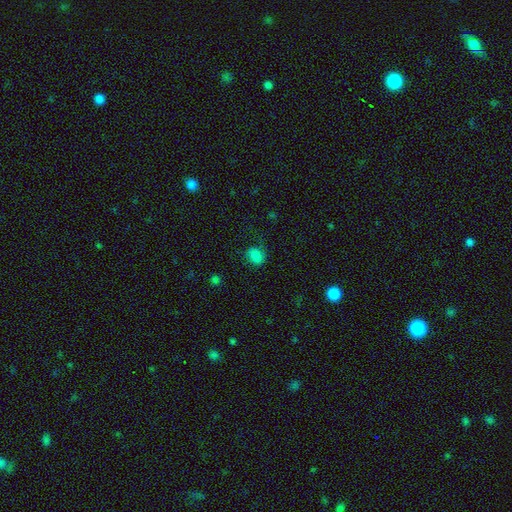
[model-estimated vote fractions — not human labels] A smooth galaxy with no disk features (81%) that is round (56%). Merging: none (65%).